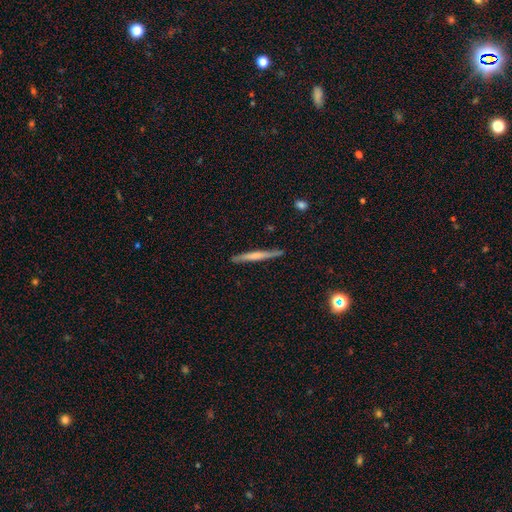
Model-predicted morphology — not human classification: A featured or disk galaxy (49%). Merging: none (88%).